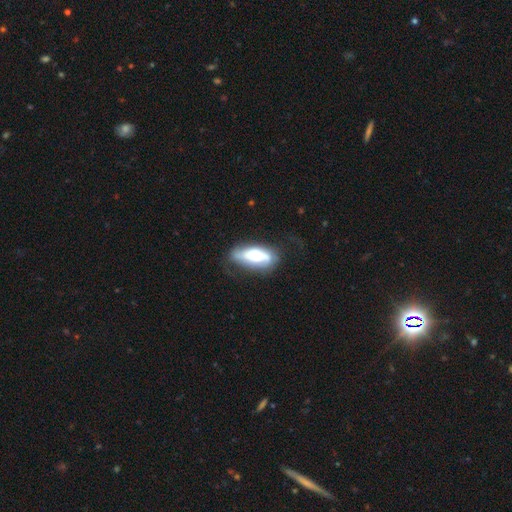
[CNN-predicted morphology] Smooth or featured? smooth (50%)
How rounded? in between (79%)
Merging? none (48%)